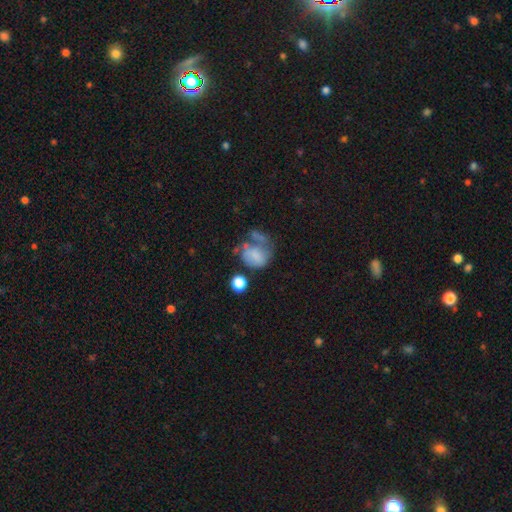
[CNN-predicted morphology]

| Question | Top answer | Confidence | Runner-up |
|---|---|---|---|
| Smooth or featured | smooth | 57% | featured or disk (31%) |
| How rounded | round | 57% | in between (42%) |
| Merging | major disturbance | 32% | none (28%) |